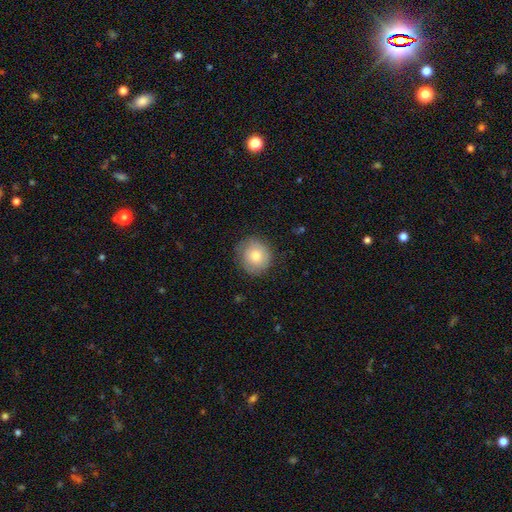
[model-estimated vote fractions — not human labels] Morphology: type=smooth (73%); roundness=round (91%); merging=none (80%).